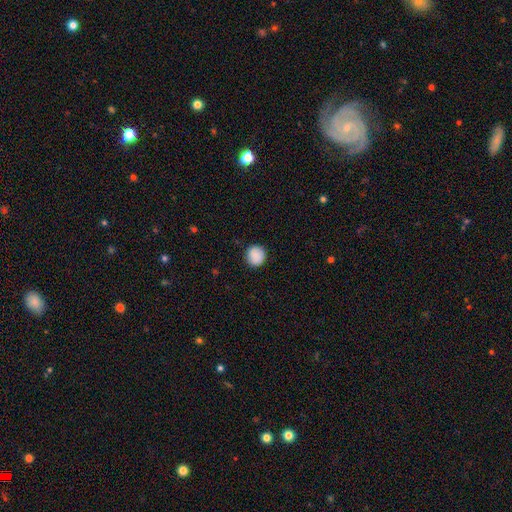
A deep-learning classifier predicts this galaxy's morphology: The model was most divided on "how rounded": round: 90%, in between: 9%, cigar-shaped: 1%. More confident: merging — none (90%); smooth or featured — smooth (89%).